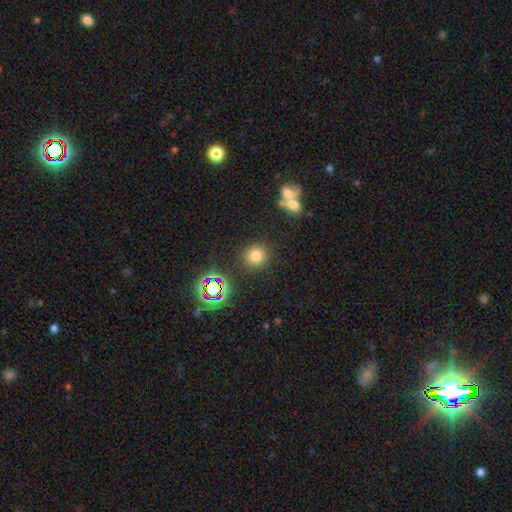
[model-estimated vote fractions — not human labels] A smooth galaxy with no disk features (74%) that is round (90%). Merging: none (85%).